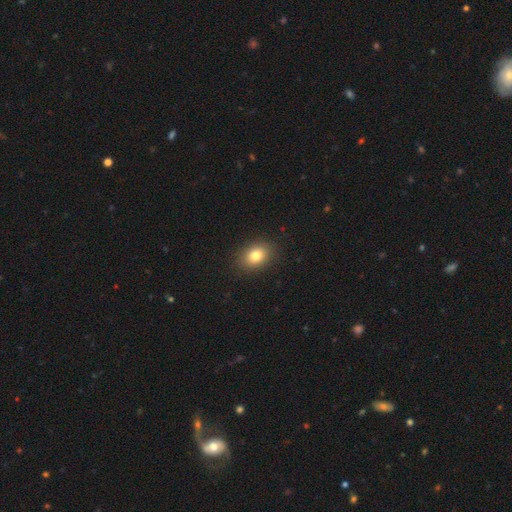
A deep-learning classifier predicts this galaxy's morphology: Smooth or featured? smooth (81%)
How rounded? in between (63%)
Merging? none (89%)